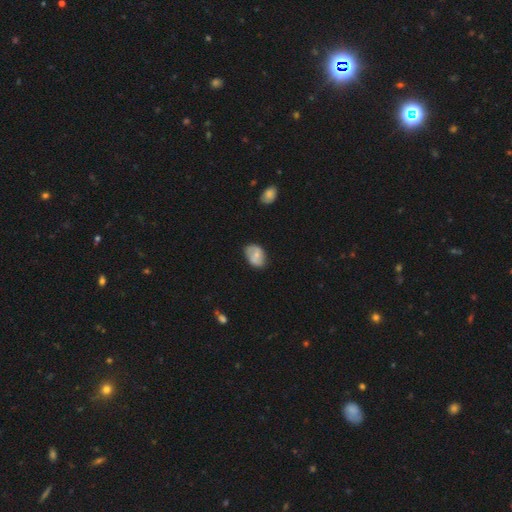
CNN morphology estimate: type=smooth (54%); roundness=in between (80%); merging=none (69%).